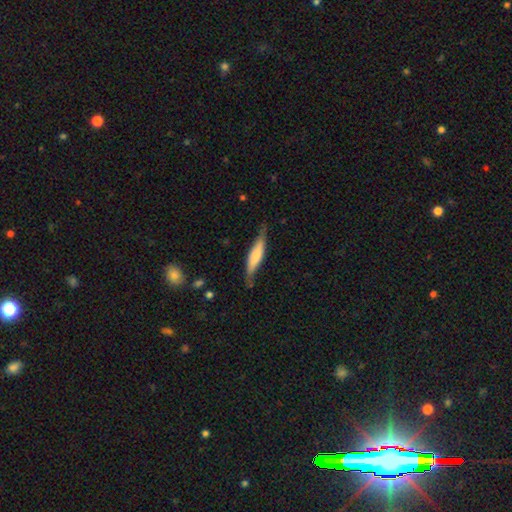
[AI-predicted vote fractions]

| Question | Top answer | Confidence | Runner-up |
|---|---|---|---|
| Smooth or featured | smooth | 53% | featured or disk (41%) |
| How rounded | cigar-shaped | 79% | in between (20%) |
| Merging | none | 68% | minor disturbance (25%) |